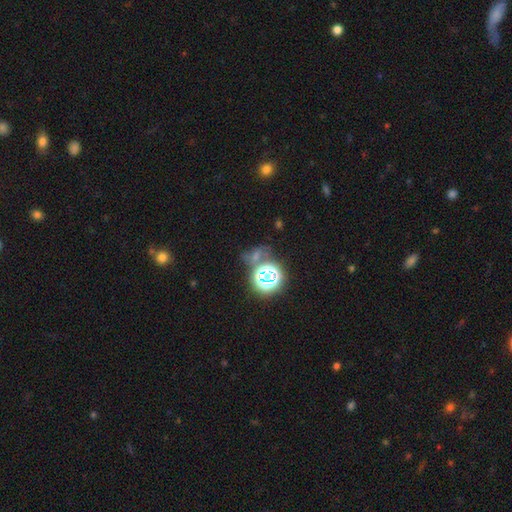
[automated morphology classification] Q: Smooth or featured?
A: star or artifact (68%); runner-up: smooth (21%)